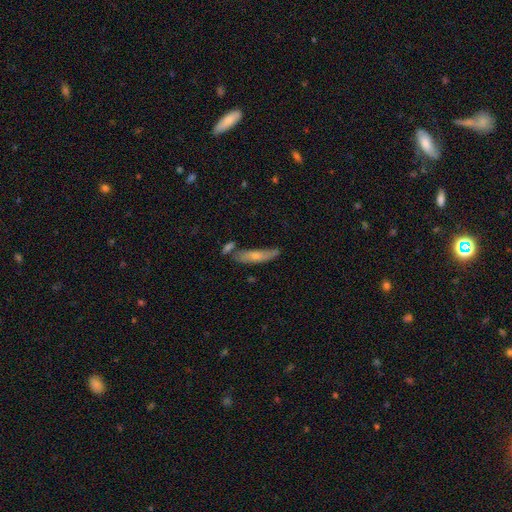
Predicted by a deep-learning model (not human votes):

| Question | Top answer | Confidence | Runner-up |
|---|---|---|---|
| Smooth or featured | smooth | 63% | featured or disk (30%) |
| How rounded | cigar-shaped | 73% | in between (25%) |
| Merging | none | 58% | minor disturbance (21%) |